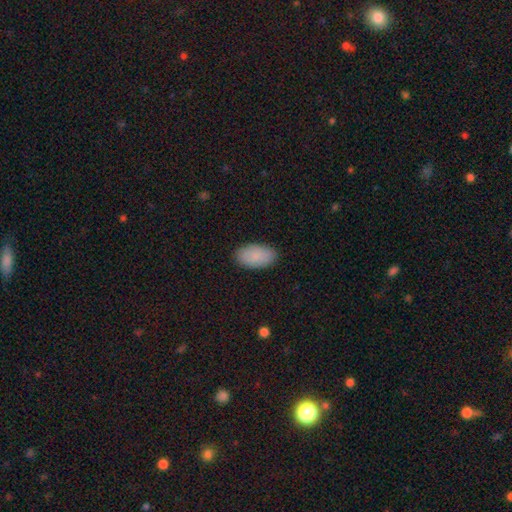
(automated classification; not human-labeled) smooth_or_featured: smooth (p=0.88) [alt: star or artifact p=0.06]
how_rounded: in between (p=0.95) [alt: round p=0.04]
merging: none (p=0.88) [alt: minor disturbance p=0.09]